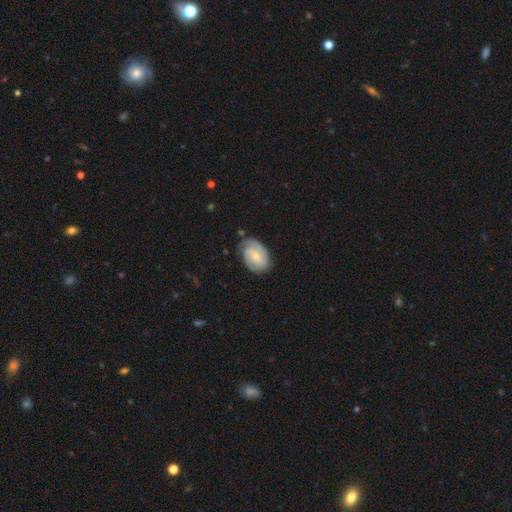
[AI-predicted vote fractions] This appears to be a featured or disk galaxy (62%) with no bar (49%), 2 (45%) tight (56%) spiral arms (85%) and a small central bulge (61%). Merging: none (67%).